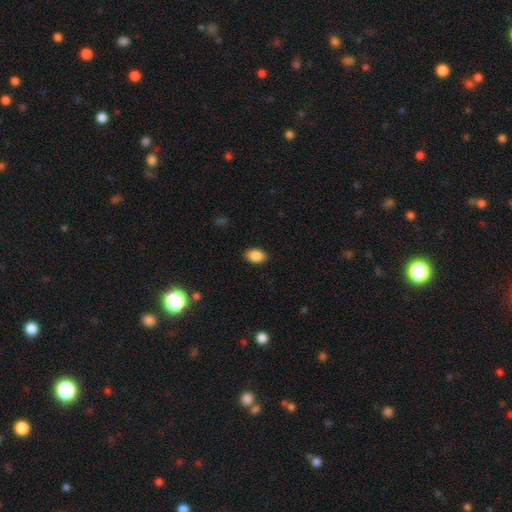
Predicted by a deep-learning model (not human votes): smooth_or_featured: smooth (p=0.88) [alt: star or artifact p=0.08]
how_rounded: in between (p=0.87) [alt: round p=0.11]
merging: none (p=0.88) [alt: minor disturbance p=0.09]